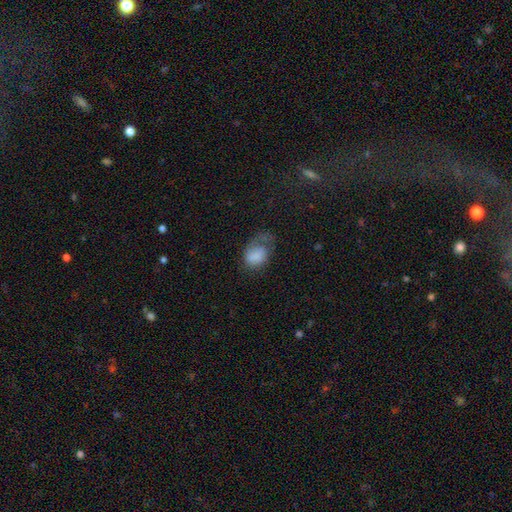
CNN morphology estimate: Overall: smooth (72%). How rounded: in between (72%). Merging: major disturbance (44%; minor disturbance 27%).